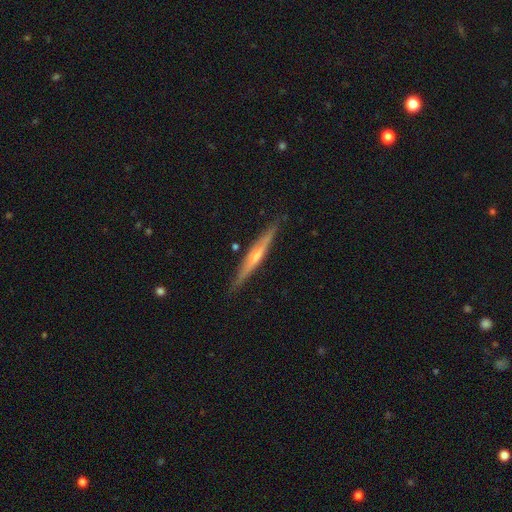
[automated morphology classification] A featured or disk galaxy (66%) viewed edge-on (97%) with a rounded central bulge (55%). Merging: none (88%).